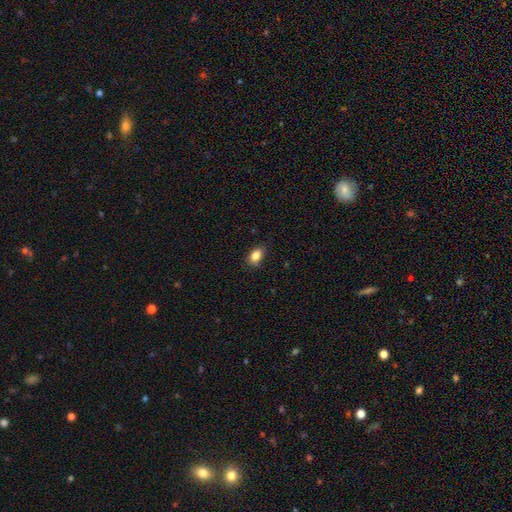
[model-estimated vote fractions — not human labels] Smooth or featured? smooth (85%)
How rounded? in between (83%)
Merging? none (81%)